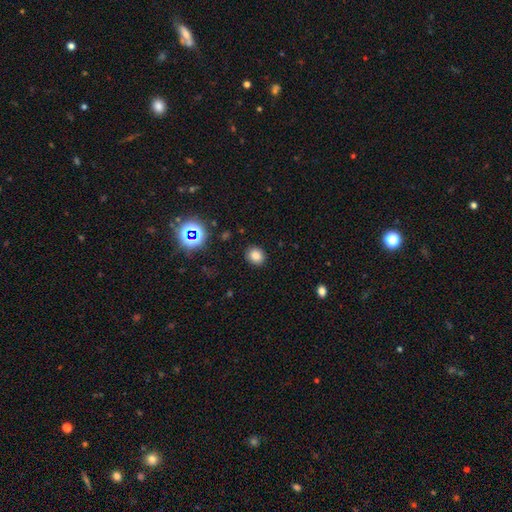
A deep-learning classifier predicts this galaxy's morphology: Q: Smooth or featured?
A: smooth (81%); runner-up: star or artifact (14%)
Q: How rounded?
A: round (69%); runner-up: in between (30%)
Q: Merging?
A: none (88%); runner-up: minor disturbance (8%)